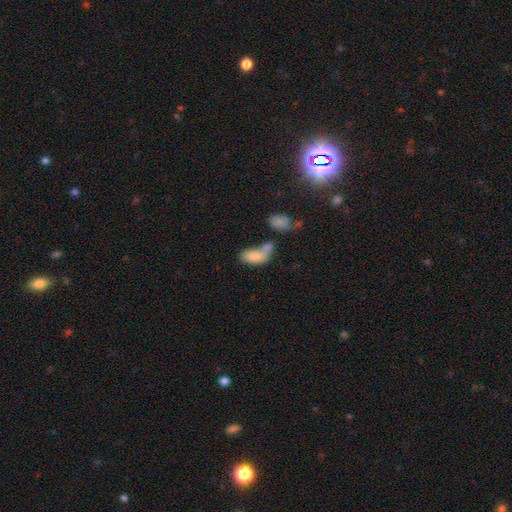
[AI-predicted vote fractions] Smooth or featured? smooth (77%)
How rounded? in between (90%)
Merging? merger (52%)